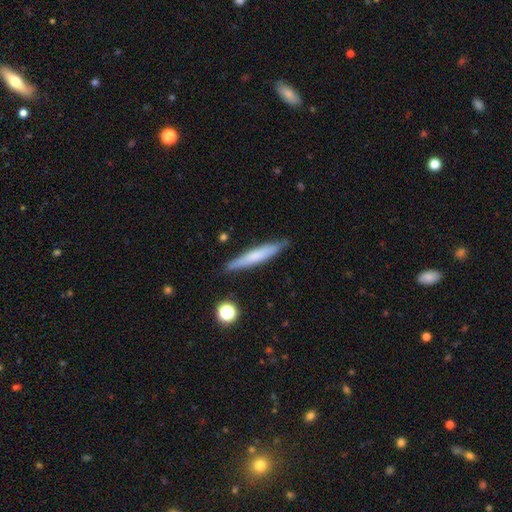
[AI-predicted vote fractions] Morphology: type=smooth (61%); roundness=cigar-shaped (93%); merging=none (86%).